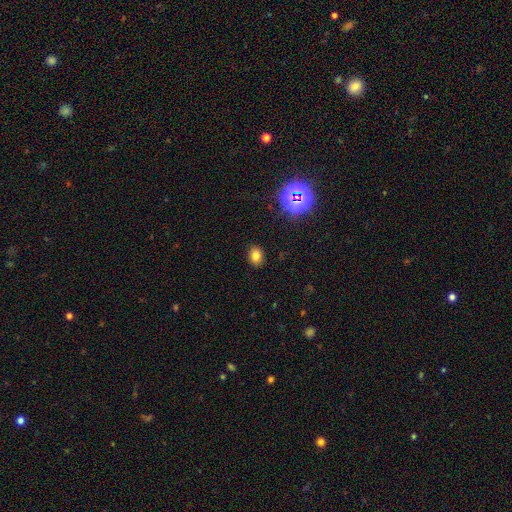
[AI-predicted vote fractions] Smooth or featured? smooth (77%)
How rounded? in between (52%)
Merging? none (89%)